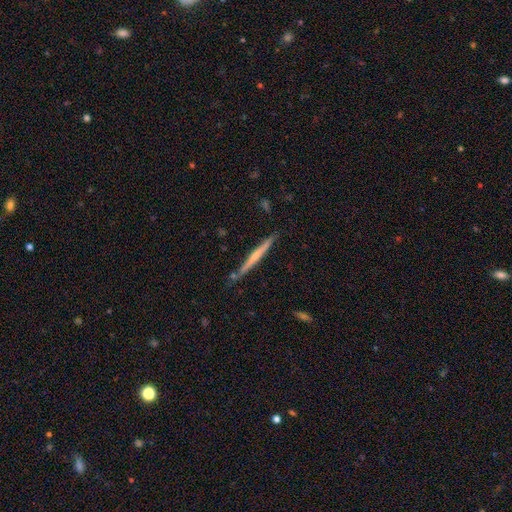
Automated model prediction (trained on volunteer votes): A featured or disk galaxy (60%) viewed edge-on (98%) with a rounded central bulge (49%).

Vote fractions:
- Smooth or featured? featured or disk: 60% / smooth: 34% / star or artifact: 6%
- Edge-on disk? yes: 98% / no: 2%
- Edge-on bulge? rounded: 49% / none: 45% / boxy: 6%
- Merging? none: 85% / minor disturbance: 11% / merger: 3% / major disturbance: 2%